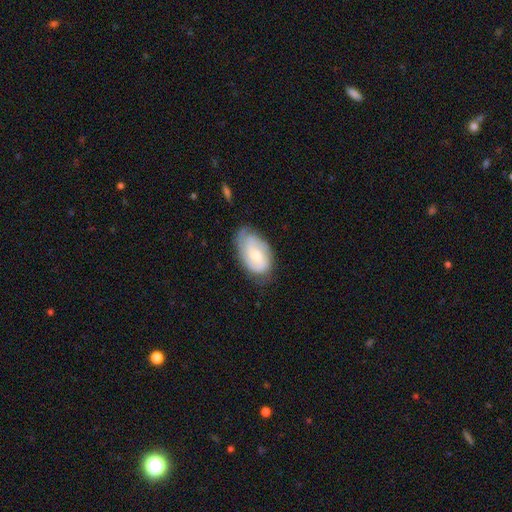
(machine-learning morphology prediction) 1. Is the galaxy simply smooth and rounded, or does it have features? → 59% featured or disk, 35% smooth, 6% star or artifact.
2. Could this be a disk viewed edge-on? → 96% no, 4% yes.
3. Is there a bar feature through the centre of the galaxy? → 51% no, 40% weak, 9% strong.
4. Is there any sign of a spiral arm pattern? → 87% yes, 13% no.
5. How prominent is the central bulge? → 49% moderate, 43% small, 4% large, 3% none, 1% dominant.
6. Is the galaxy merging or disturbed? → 58% none, 31% minor disturbance, 10% major disturbance, 2% merger.